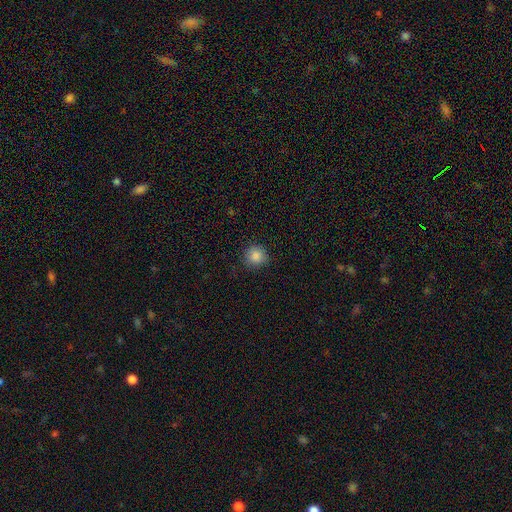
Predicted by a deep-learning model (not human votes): smooth-or-featured: smooth: 86% | star or artifact: 10% | featured or disk: 4%
  how-rounded: round: 91% | in between: 8% | cigar-shaped: 1%
  merging: none: 85% | minor disturbance: 11% | major disturbance: 3% | merger: 1%